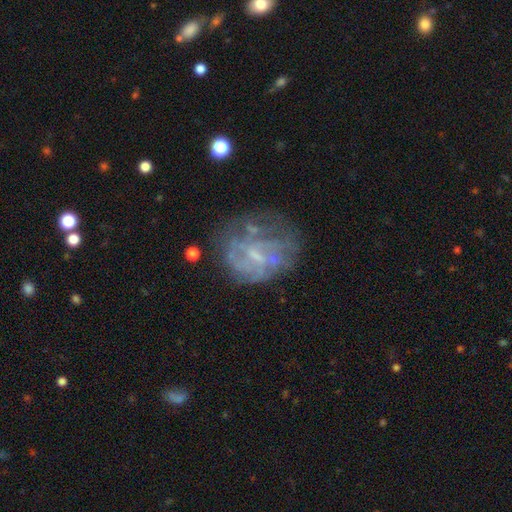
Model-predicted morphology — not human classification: smooth-or-featured: featured or disk: 67% | smooth: 21% | star or artifact: 13%
  disk-edge-on: no: 98% | yes: 2%
    bar: no: 52% | weak: 40% | strong: 9%
    has-spiral-arms: no: 52% | yes: 48%
    bulge-size: small: 43% | none: 37% | moderate: 18% | large: 1% | dominant: 1%
  merging: none: 52% | major disturbance: 23% | minor disturbance: 21% | merger: 5%